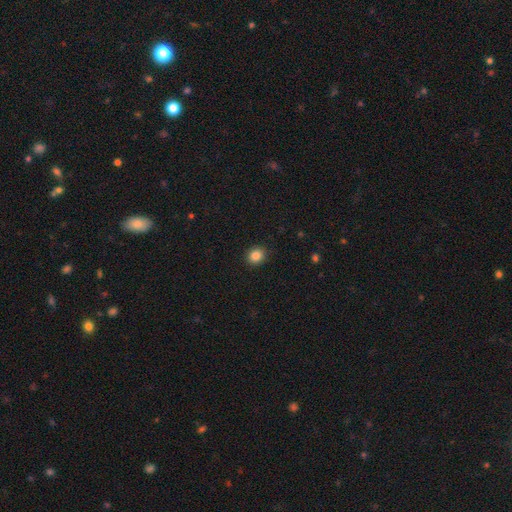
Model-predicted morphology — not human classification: The model was most divided on "how rounded": round: 75%, in between: 24%, cigar-shaped: 1%. More confident: merging — none (91%); smooth or featured — smooth (86%).